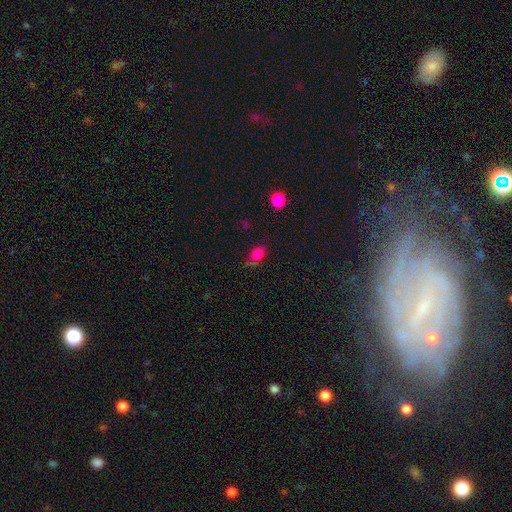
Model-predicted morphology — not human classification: Smooth or featured: smooth — 78% (star or artifact — 15%)
How rounded: in between — 75% (round — 21%)
Merging: none — 54% (minor disturbance — 31%)